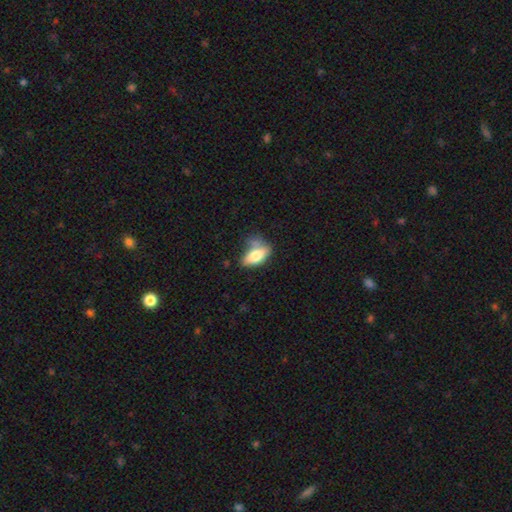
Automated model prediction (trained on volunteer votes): smooth-or-featured: smooth: 72% | featured or disk: 20% | star or artifact: 8%
  how-rounded: in between: 84% | cigar-shaped: 11% | round: 5%
  merging: none: 41% | minor disturbance: 30% | major disturbance: 15% | merger: 14%